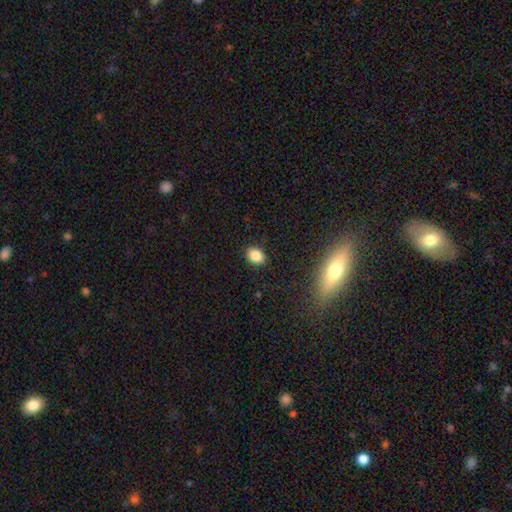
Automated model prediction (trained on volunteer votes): Overall: smooth (85%). How rounded: in between (65%; round 34%). Merging: none (89%).